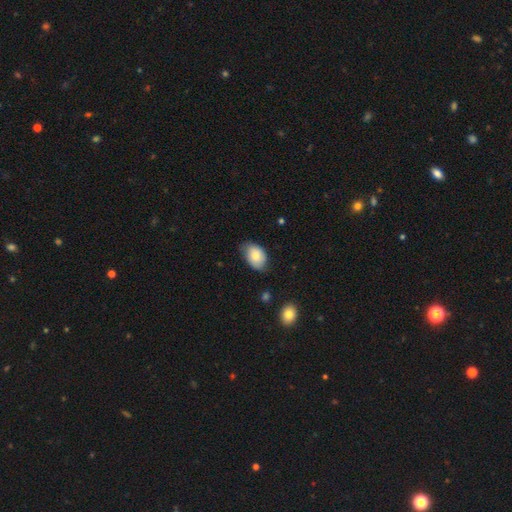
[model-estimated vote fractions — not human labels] The model was most divided on "merging": none: 65%, minor disturbance: 29%, major disturbance: 5%, merger: 2%. More confident: how rounded — in between (85%); smooth or featured — smooth (79%).